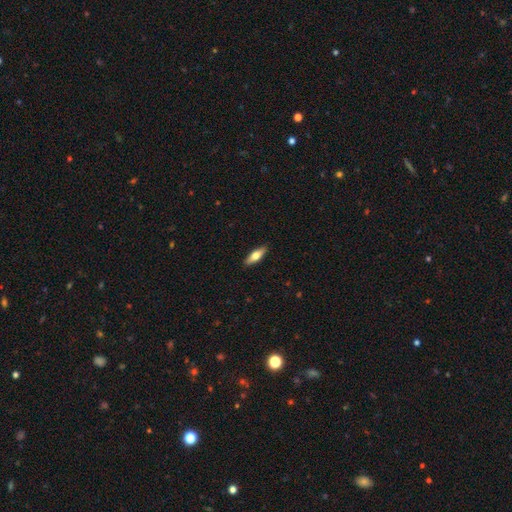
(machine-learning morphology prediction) smooth-or-featured: smooth: 62% | featured or disk: 32% | star or artifact: 6%
  how-rounded: in between: 54% | cigar-shaped: 44% | round: 2%
  merging: none: 90% | minor disturbance: 8% | major disturbance: 2% | merger: 1%